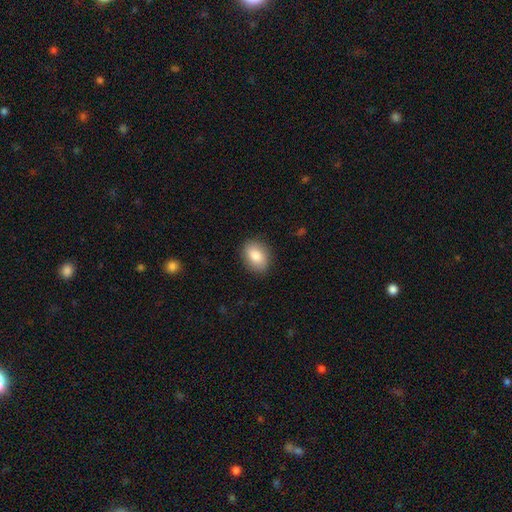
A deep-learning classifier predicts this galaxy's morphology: This is clearly a smooth galaxy (83%). How rounded: likely in between (68%). Merging: clearly none (88%).